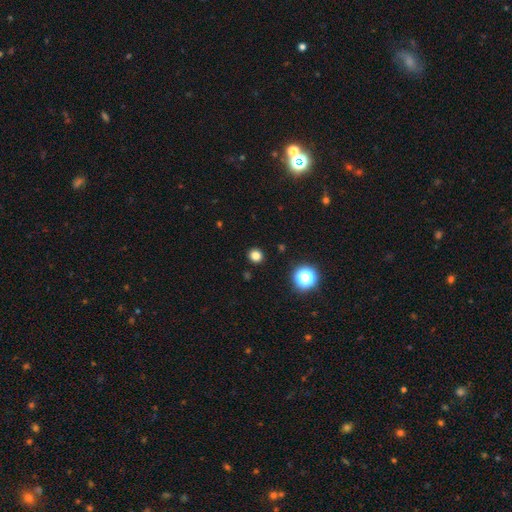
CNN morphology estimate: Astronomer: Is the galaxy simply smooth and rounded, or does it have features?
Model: smooth — 80%.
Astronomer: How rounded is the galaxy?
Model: round — 91%.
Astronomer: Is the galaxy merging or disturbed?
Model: none — 92%.